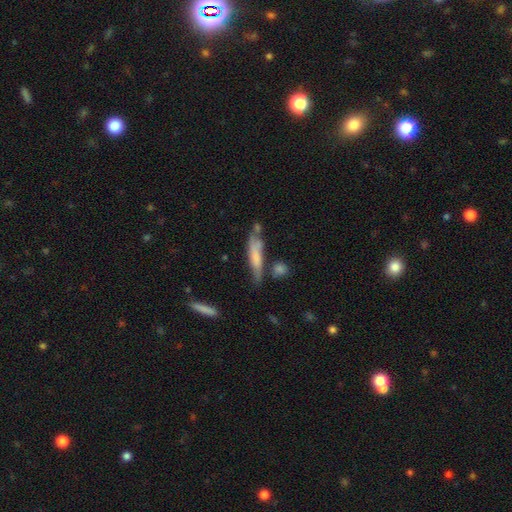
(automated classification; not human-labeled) Smooth or featured? smooth (58%)
How rounded? cigar-shaped (76%)
Merging? none (46%)